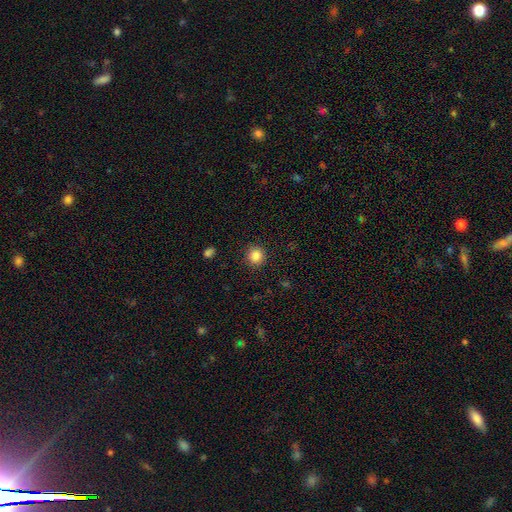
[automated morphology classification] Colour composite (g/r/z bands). It shows a smooth galaxy with no disk features (86%) that is round (92%). Merging: none (91%).